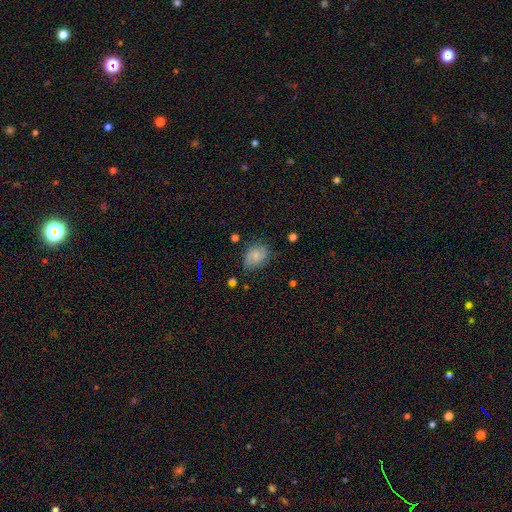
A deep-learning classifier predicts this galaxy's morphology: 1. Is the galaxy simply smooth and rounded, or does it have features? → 72% smooth, 19% featured or disk, 9% star or artifact.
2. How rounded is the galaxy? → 63% in between, 36% round, 1% cigar-shaped.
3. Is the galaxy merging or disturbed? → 72% none, 21% minor disturbance, 5% major disturbance, 2% merger.